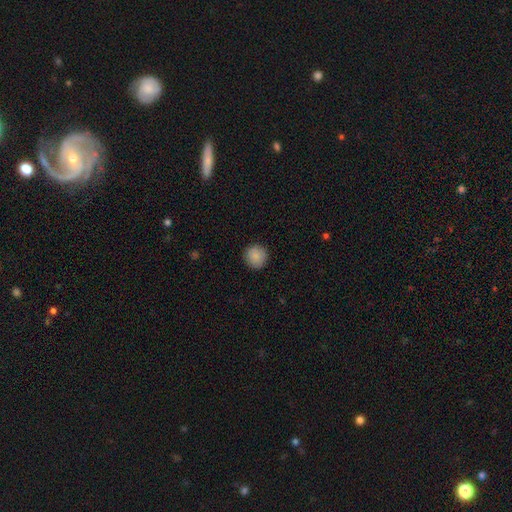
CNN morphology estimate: Smooth or featured? Predicted: smooth (p=0.88). How rounded? Predicted: round (p=0.94). Merging? Predicted: none (p=0.91).